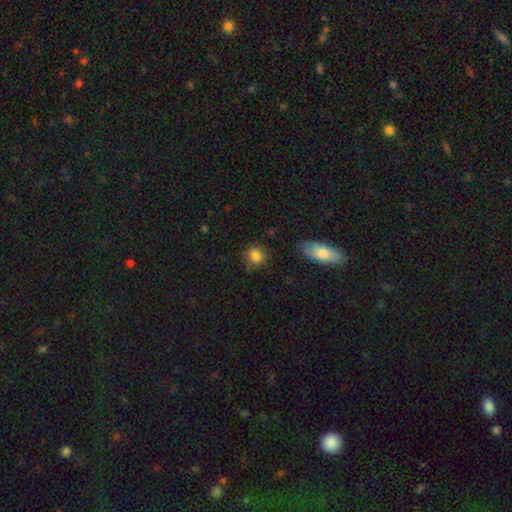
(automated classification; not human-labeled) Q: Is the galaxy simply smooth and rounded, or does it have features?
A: smooth — 84%.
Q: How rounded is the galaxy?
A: round — 77%.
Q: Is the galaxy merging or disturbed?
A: none — 77%.